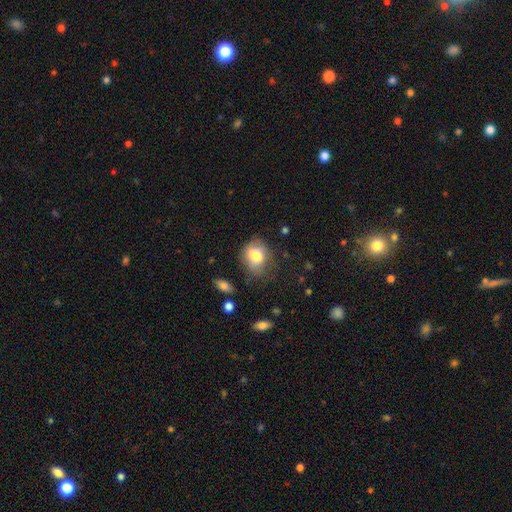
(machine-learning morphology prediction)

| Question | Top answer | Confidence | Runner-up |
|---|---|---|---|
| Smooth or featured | smooth | 76% | featured or disk (15%) |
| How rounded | in between | 55% | round (44%) |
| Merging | none | 55% | minor disturbance (29%) |